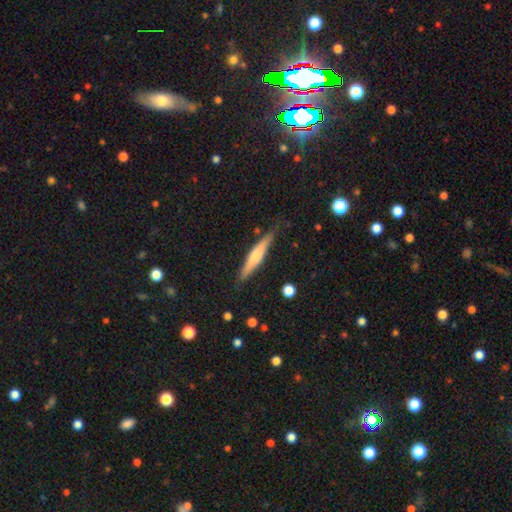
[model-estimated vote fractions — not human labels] This appears to be a smooth galaxy with no disk features (49%). Merging: none (82%).